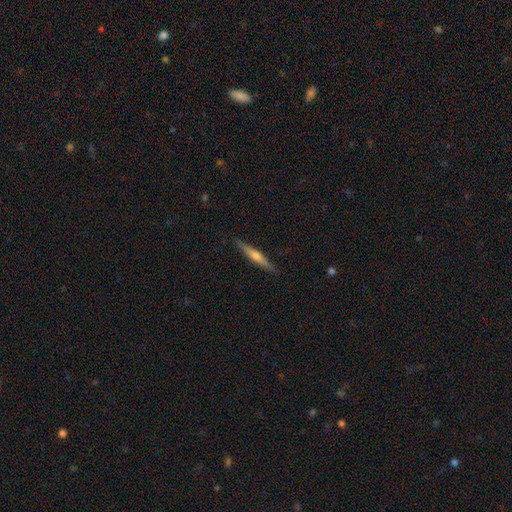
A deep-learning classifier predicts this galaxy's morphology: Overall: featured or disk (61%; smooth 33%). Edge-on disk: yes (97%). Edge-on bulge: rounded (73%). Merging: none (90%).